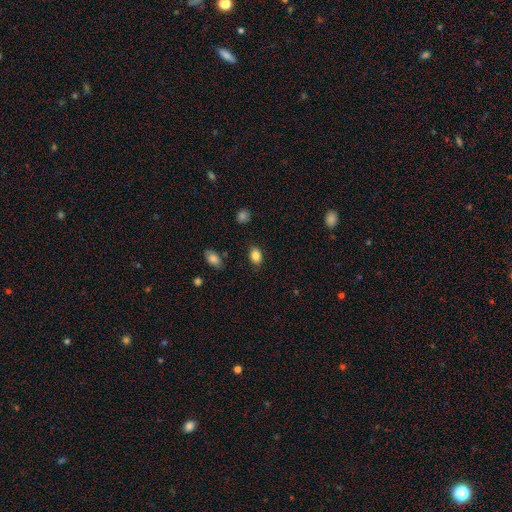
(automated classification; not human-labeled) smooth_or_featured: smooth (p=0.85) [alt: star or artifact p=0.10]
how_rounded: in between (p=0.76) [alt: round p=0.23]
merging: none (p=0.84) [alt: minor disturbance p=0.11]